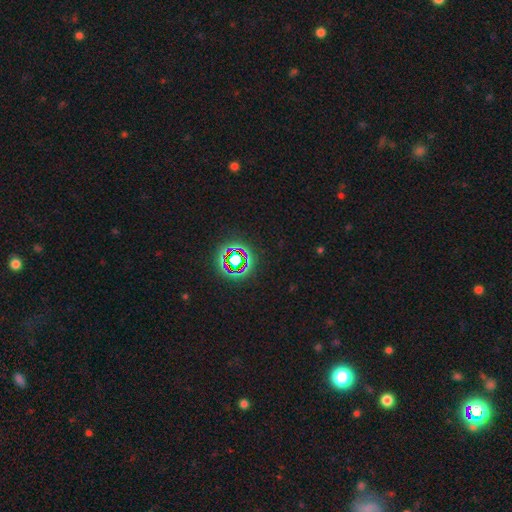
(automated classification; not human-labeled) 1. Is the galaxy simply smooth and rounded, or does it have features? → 51% star or artifact, 31% smooth, 18% featured or disk.